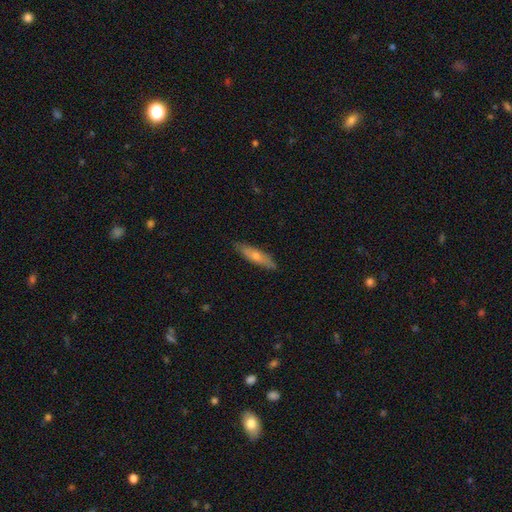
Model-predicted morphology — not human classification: Smooth or featured?
  - smooth: 52% *
  - featured or disk: 42%
  - star or artifact: 6%
How rounded?
  - cigar-shaped: 76% *
  - in between: 22%
  - round: 2%
Merging?
  - none: 86% *
  - minor disturbance: 11%
  - major disturbance: 2%
  - merger: 1%